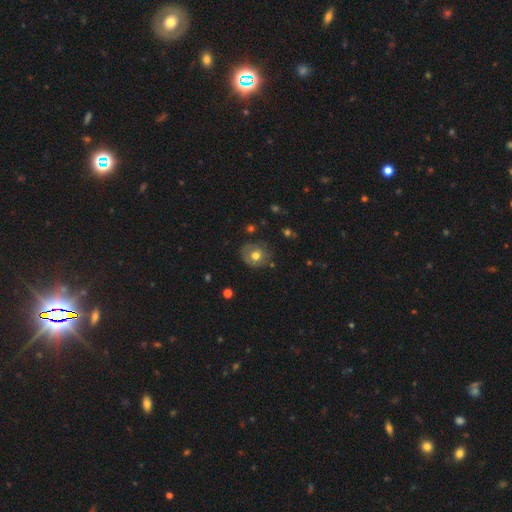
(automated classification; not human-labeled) Smooth or featured? Predicted: smooth (p=0.63). How rounded? Predicted: round (p=0.75). Merging? Predicted: none (p=0.74).